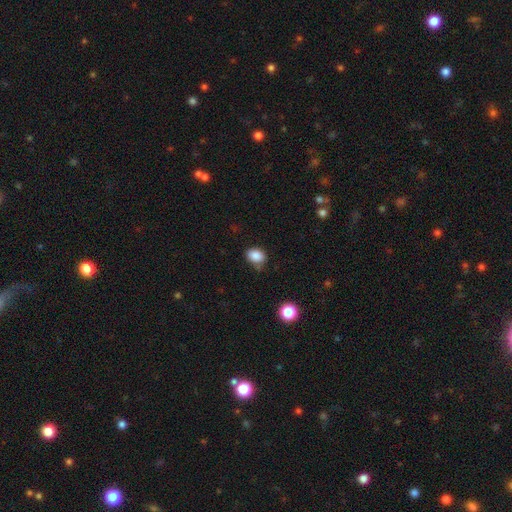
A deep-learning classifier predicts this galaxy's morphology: Q: Smooth or featured?
A: smooth (86%); runner-up: star or artifact (10%)
Q: How rounded?
A: in between (65%); runner-up: round (34%)
Q: Merging?
A: none (71%); runner-up: minor disturbance (22%)